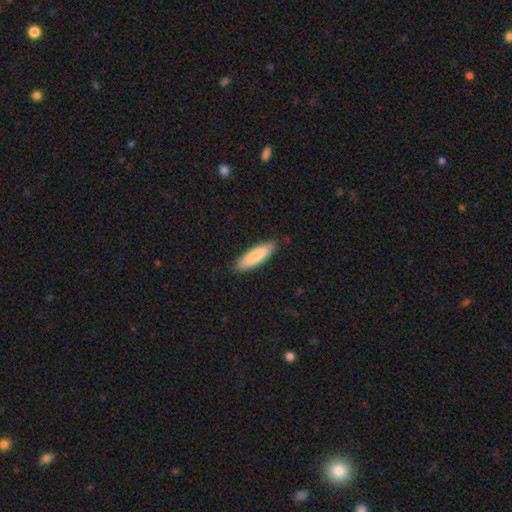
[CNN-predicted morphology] Overall: smooth (84%). How rounded: cigar-shaped (58%; in between 40%). Merging: none (87%).